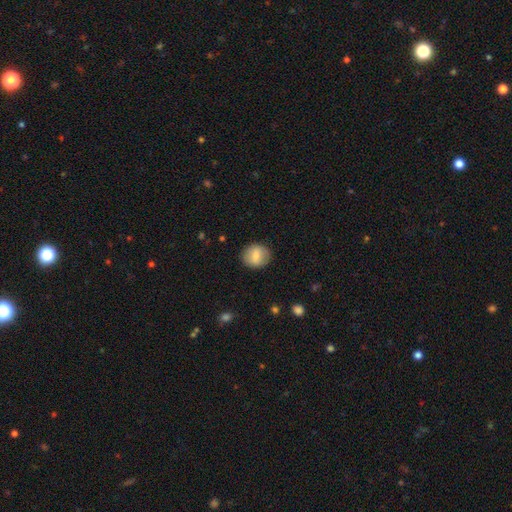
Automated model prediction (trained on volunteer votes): smooth 75%, featured or disk 18%, star or artifact 7%. Down the decision tree: how rounded — round (74%); merging — none (85%).